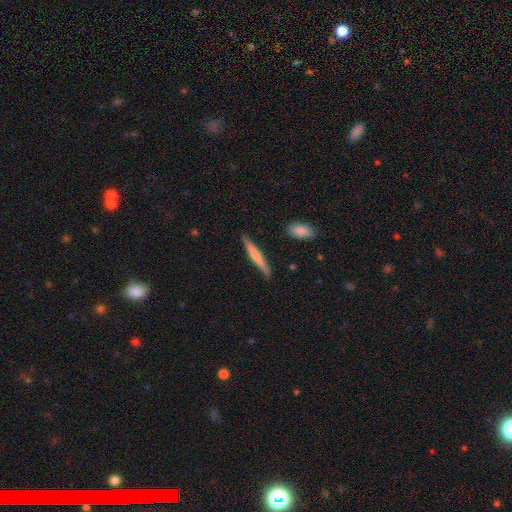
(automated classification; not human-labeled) Smooth or featured? smooth (62%)
How rounded? cigar-shaped (94%)
Merging? none (86%)